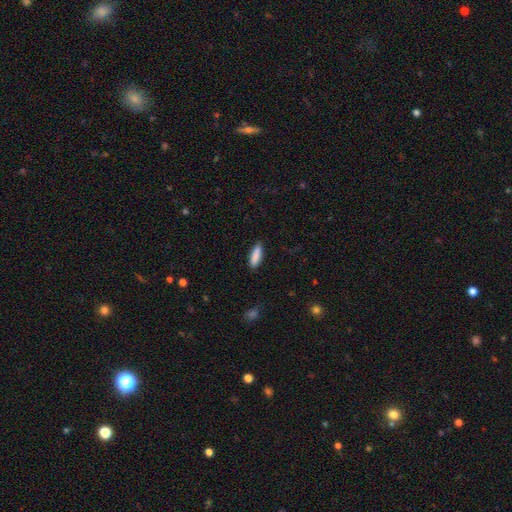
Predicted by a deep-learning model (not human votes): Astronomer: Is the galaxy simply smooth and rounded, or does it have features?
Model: smooth — 88%.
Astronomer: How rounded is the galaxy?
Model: in between — 50% (runner-up: cigar-shaped, 49%).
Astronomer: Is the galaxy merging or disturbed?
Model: none — 86%.